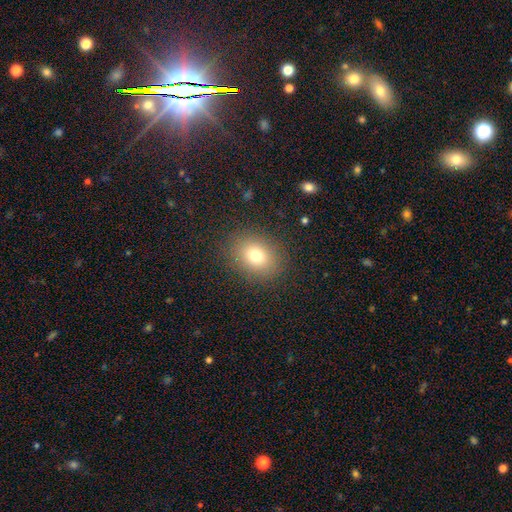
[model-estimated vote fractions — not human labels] smooth_or_featured: smooth (p=0.76) [alt: star or artifact p=0.14]
how_rounded: round (p=0.52) [alt: in between p=0.47]
merging: none (p=0.87) [alt: minor disturbance p=0.08]